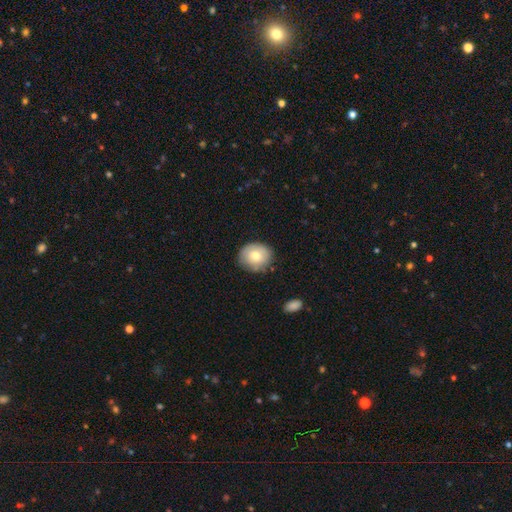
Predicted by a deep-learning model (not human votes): smooth 75%, featured or disk 18%, star or artifact 8%. Down the decision tree: how rounded — round (72%); merging — none (80%).